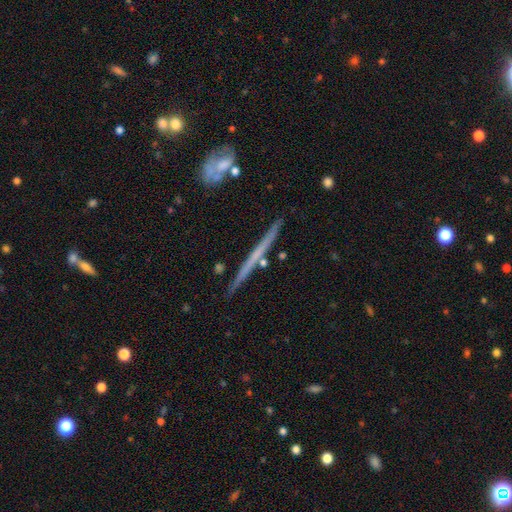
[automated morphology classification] A featured or disk galaxy (65%) viewed edge-on (97%) with no central bulge (81%). Merging: none (87%).